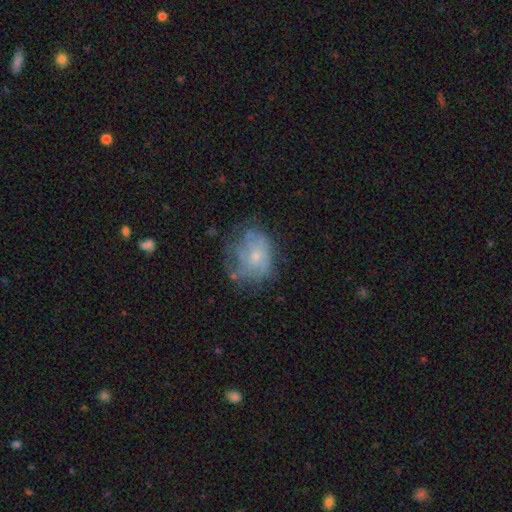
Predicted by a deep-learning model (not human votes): Smooth or featured? Predicted: featured or disk (p=0.52). Edge-on disk? Predicted: no (p=0.97). Bar? Predicted: no (p=0.84). Spiral arms? Predicted: yes (p=0.53). Bulge size? Predicted: small (p=0.67). Merging? Predicted: none (p=0.48).